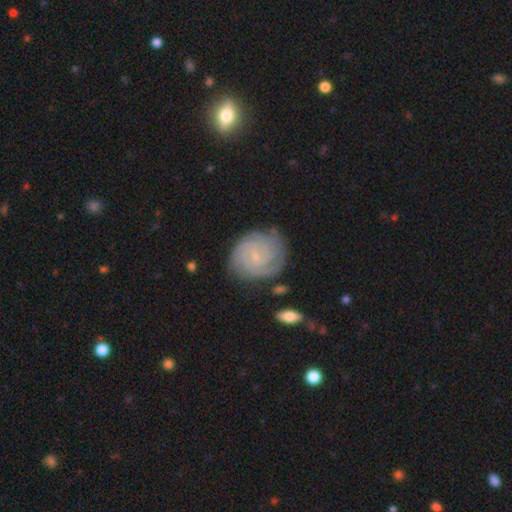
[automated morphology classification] type=featured or disk (81%); edge-on=no (98%); bar=no (50%); spiral arms=yes (97%); winding=tight (78%); arm count=2 (32%); bulge=small (78%); merging=none (76%).